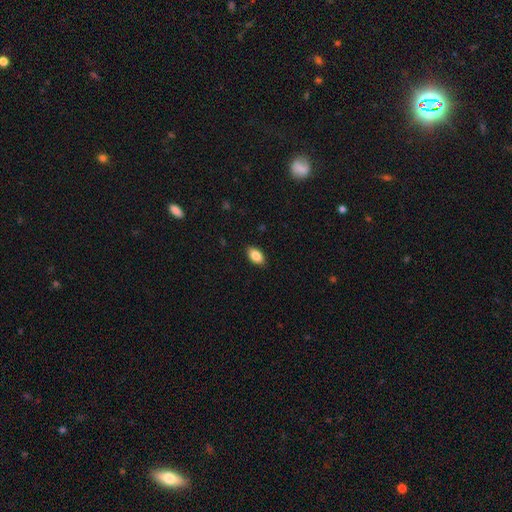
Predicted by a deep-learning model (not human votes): Smooth or featured: smooth — 86% (featured or disk — 7%)
How rounded: in between — 93% (round — 5%)
Merging: none — 89% (minor disturbance — 8%)